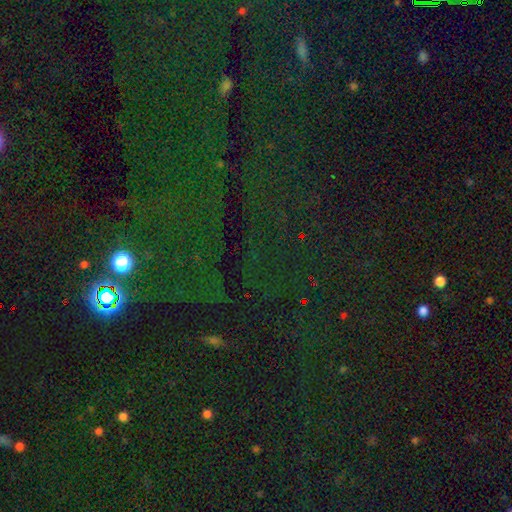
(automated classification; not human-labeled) The model was most divided on "smooth or featured": star or artifact: 80%, smooth: 13%, featured or disk: 7%.